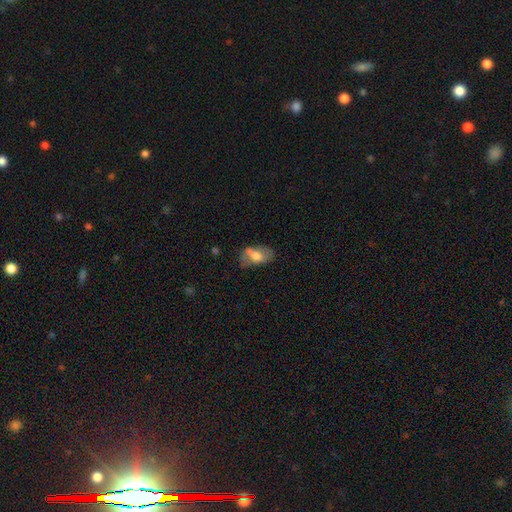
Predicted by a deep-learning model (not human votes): Overall: smooth (57%; featured or disk 35%). How rounded: in between (90%). Merging: none (43%; minor disturbance 29%).